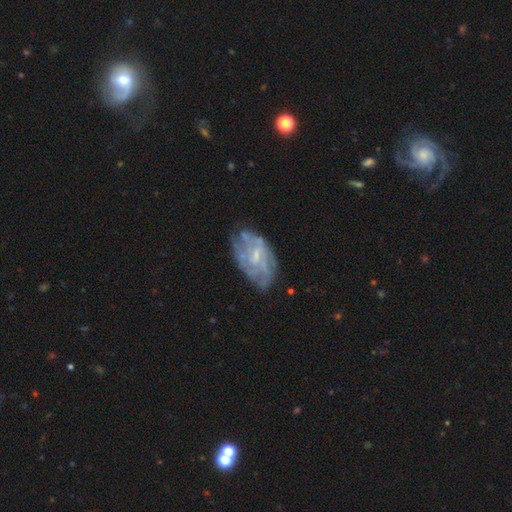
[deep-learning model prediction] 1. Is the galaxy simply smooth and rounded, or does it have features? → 71% featured or disk, 21% smooth, 8% star or artifact.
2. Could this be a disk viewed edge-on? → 96% no, 4% yes.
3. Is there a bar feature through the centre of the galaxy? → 48% no, 44% weak, 8% strong.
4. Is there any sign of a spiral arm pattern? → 66% yes, 34% no.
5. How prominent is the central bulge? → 58% small, 23% moderate, 16% none, 1% large, 1% dominant.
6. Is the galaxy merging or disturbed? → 60% none, 25% minor disturbance, 12% major disturbance, 3% merger.